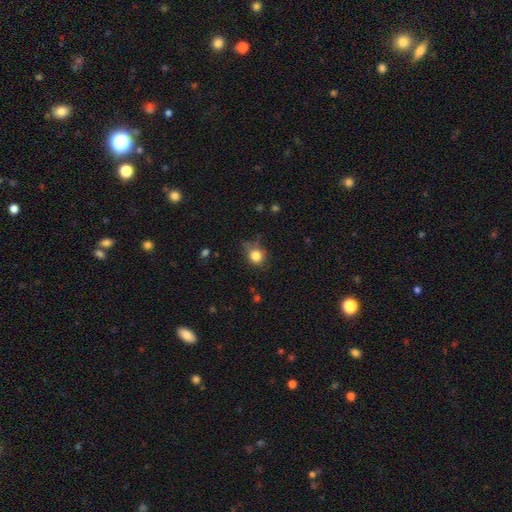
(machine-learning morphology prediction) Smooth or featured? smooth (82%)
How rounded? round (74%)
Merging? none (62%)